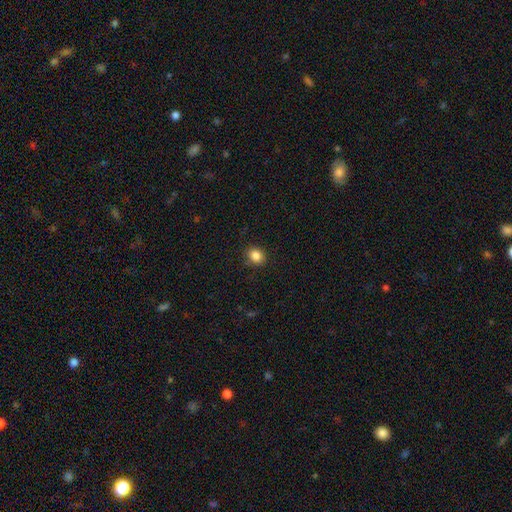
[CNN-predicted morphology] type=smooth (86%); roundness=round (62%); merging=none (88%).